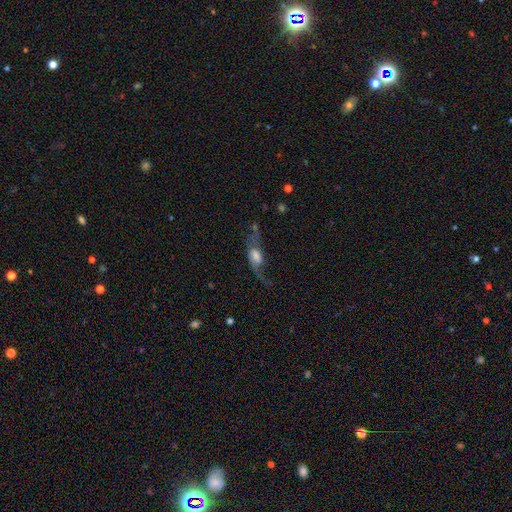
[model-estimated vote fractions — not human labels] featured or disk 66%, smooth 25%, star or artifact 9%. Down the decision tree: edge-on disk — no (85%); bar — no (49%); spiral arms — yes (83%); bulge size — moderate (37%); merging — none (41%).